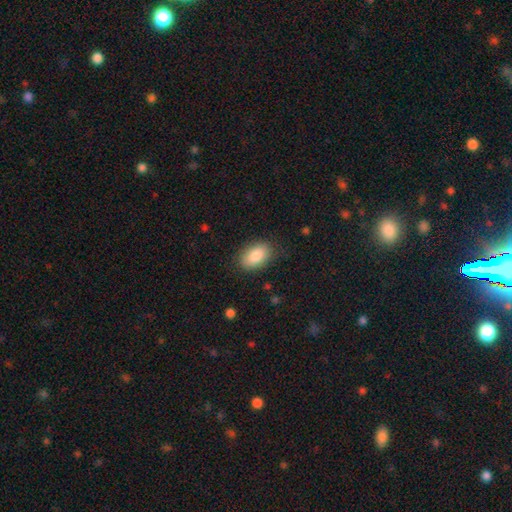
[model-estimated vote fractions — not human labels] smooth-or-featured: smooth: 87% | featured or disk: 7% | star or artifact: 7%
  how-rounded: in between: 92% | round: 7% | cigar-shaped: 2%
  merging: none: 83% | minor disturbance: 13% | major disturbance: 3% | merger: 1%